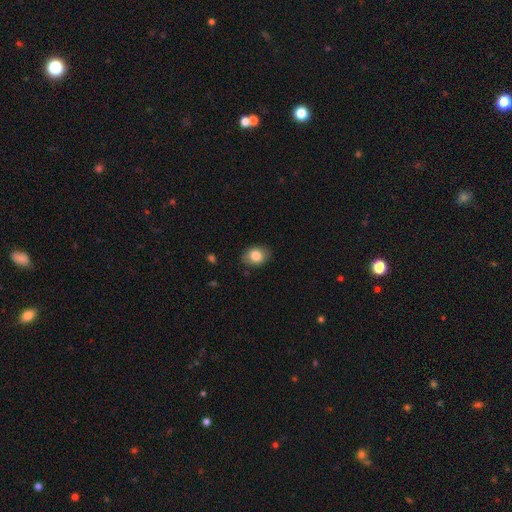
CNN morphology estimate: This appears to be a smooth galaxy with no disk features (83%) that is in between round and cigar-shaped (64%). Merging: none (83%).